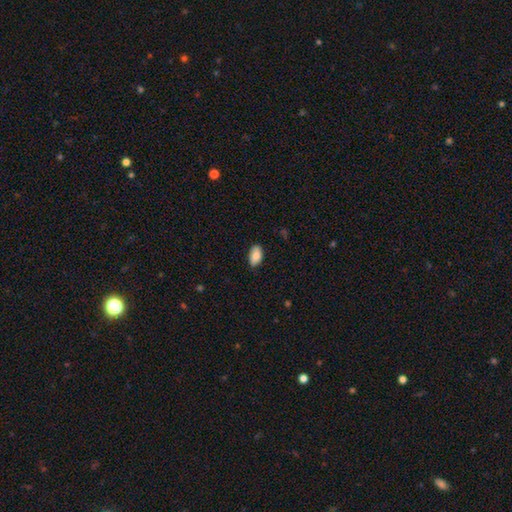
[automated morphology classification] Smooth or featured? Predicted: smooth (p=0.87). How rounded? Predicted: in between (p=0.94). Merging? Predicted: none (p=0.80).